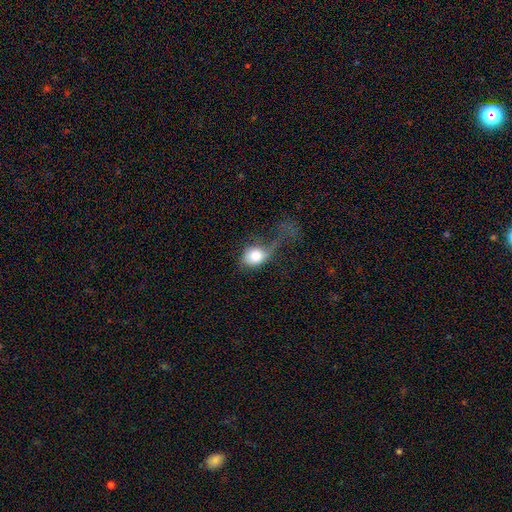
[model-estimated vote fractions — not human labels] A smooth galaxy with no disk features (76%) that is in between round and cigar-shaped (57%).

Vote fractions:
- Smooth or featured? smooth: 76% / featured or disk: 17% / star or artifact: 8%
- How rounded? in between: 57% / round: 41% / cigar-shaped: 2%
- Merging? major disturbance: 56% / minor disturbance: 21% / none: 18% / merger: 5%